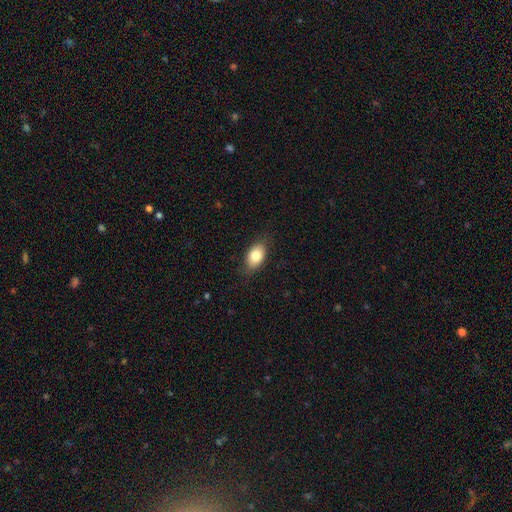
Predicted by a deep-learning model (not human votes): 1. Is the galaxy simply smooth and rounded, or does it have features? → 80% smooth, 12% featured or disk, 7% star or artifact.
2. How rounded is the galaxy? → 89% in between, 9% round, 2% cigar-shaped.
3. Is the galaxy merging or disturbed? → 83% none, 13% minor disturbance, 3% major disturbance, 1% merger.